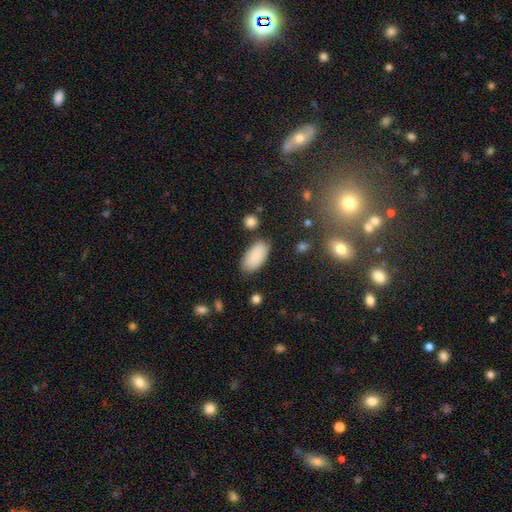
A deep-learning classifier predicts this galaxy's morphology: The model was most divided on "merging": none: 77%, minor disturbance: 15%, merger: 4%, major disturbance: 4%. More confident: how rounded — in between (94%); smooth or featured — smooth (84%).